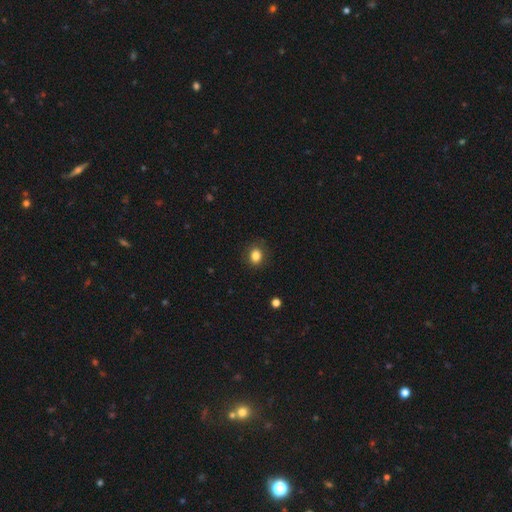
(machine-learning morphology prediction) Smooth or featured: smooth — 84% (star or artifact — 10%)
How rounded: round — 57% (in between — 42%)
Merging: none — 84% (minor disturbance — 12%)